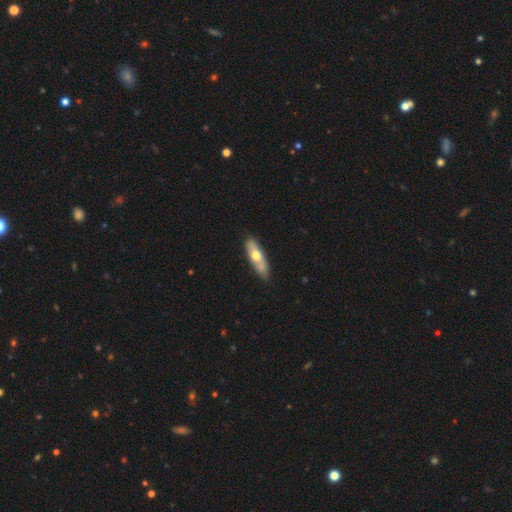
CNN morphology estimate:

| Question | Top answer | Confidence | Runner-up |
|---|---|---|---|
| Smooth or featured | smooth | 52% | featured or disk (42%) |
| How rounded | in between | 50% | cigar-shaped (48%) |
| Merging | none | 70% | minor disturbance (19%) |